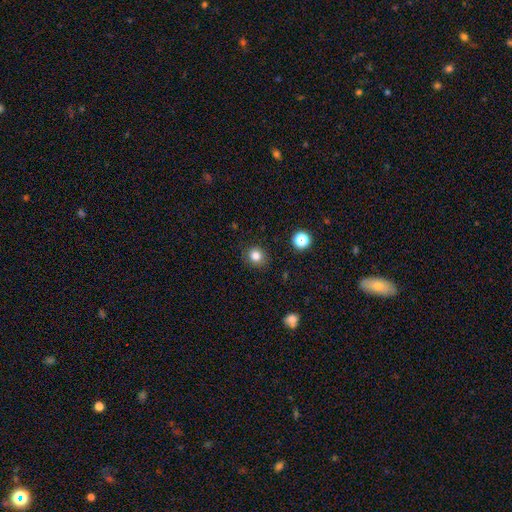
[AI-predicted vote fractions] Q: Smooth or featured?
A: smooth (81%); runner-up: star or artifact (13%)
Q: How rounded?
A: round (86%); runner-up: in between (13%)
Q: Merging?
A: none (89%); runner-up: minor disturbance (7%)